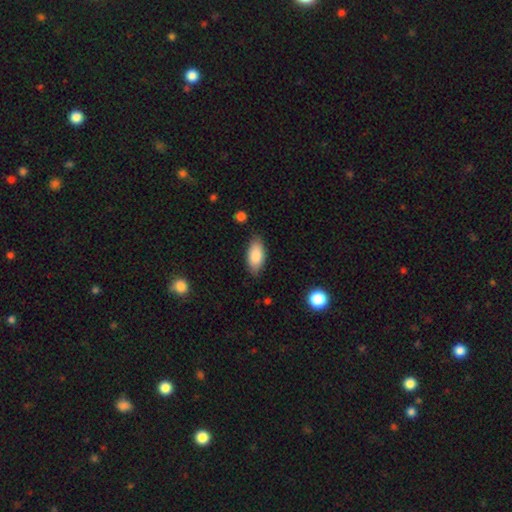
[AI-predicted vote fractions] Morphology: type=smooth (86%); roundness=in between (90%); merging=none (82%).